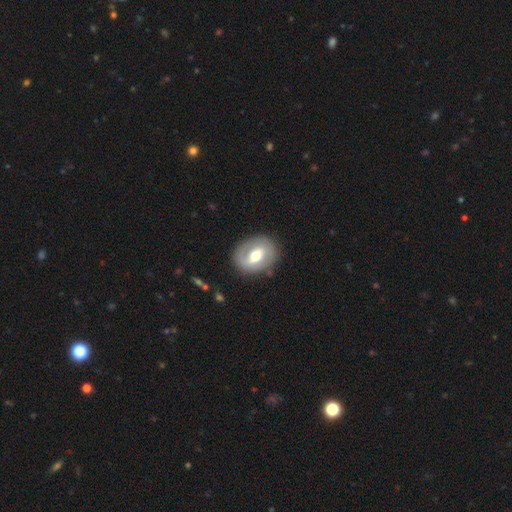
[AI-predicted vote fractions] This is possibly a featured or disk galaxy (50%). It is clearly not viewed edge-on (93%). Merging: clearly none (82%).